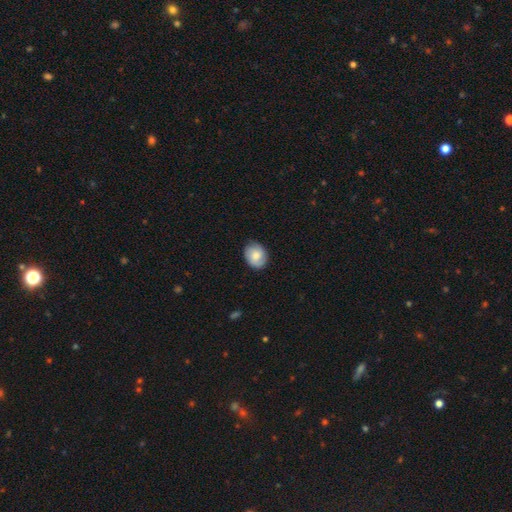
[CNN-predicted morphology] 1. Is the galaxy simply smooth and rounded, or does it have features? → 59% smooth, 34% featured or disk, 7% star or artifact.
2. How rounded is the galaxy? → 57% round, 42% in between, 1% cigar-shaped.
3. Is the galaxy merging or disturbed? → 81% none, 15% minor disturbance, 3% major disturbance, 1% merger.